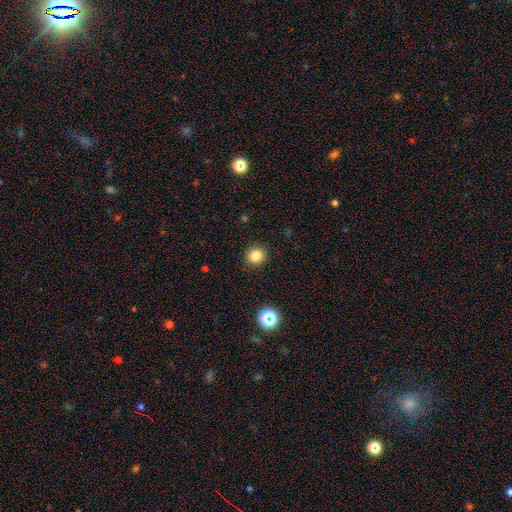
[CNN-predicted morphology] Smooth or featured: smooth — 81% (star or artifact — 14%)
How rounded: round — 90% (in between — 9%)
Merging: none — 91% (minor disturbance — 6%)